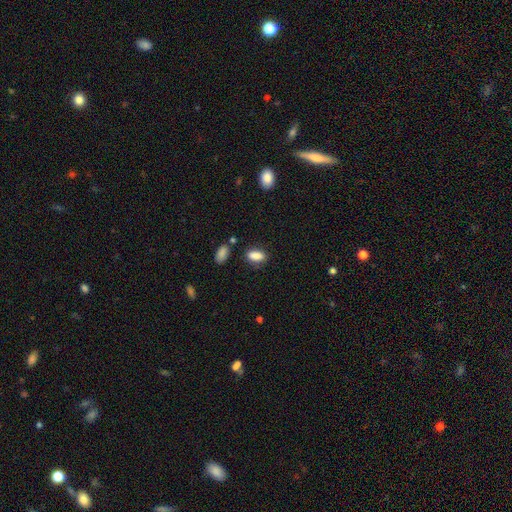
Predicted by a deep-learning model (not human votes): Smooth or featured? Predicted: smooth (p=0.87). How rounded? Predicted: in between (p=0.83). Merging? Predicted: none (p=0.80).